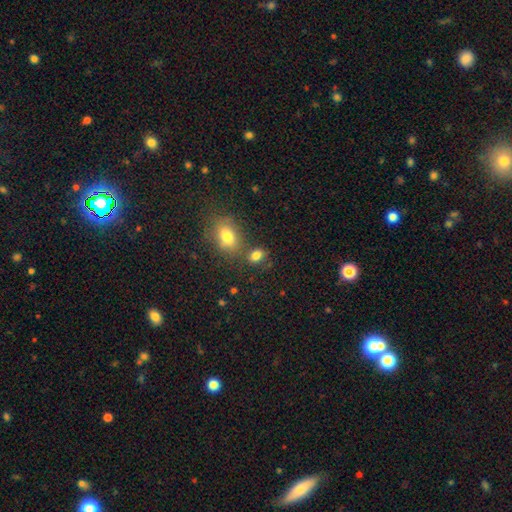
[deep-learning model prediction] This is clearly a smooth galaxy (80%). How rounded: likely in between (77%). Merging: possibly none (59%).